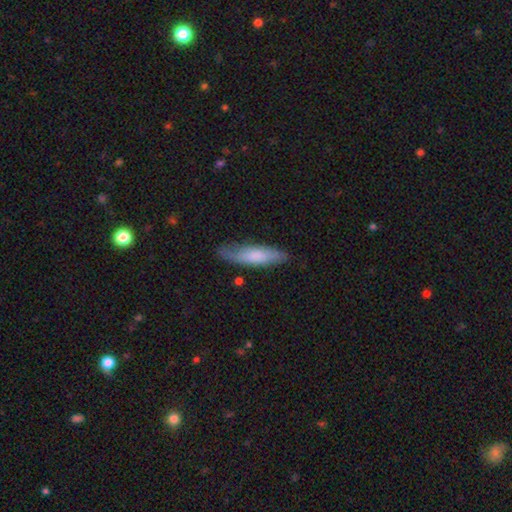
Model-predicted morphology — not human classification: smooth_or_featured: smooth (p=0.68) [alt: featured or disk p=0.26]
how_rounded: cigar-shaped (p=0.71) [alt: in between p=0.27]
merging: none (p=0.76) [alt: minor disturbance p=0.18]